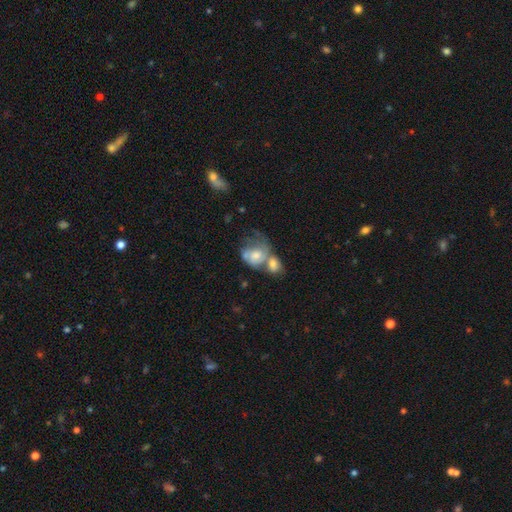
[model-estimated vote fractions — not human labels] This appears to be a smooth galaxy with no disk features (47%). Merging: merger (60%).